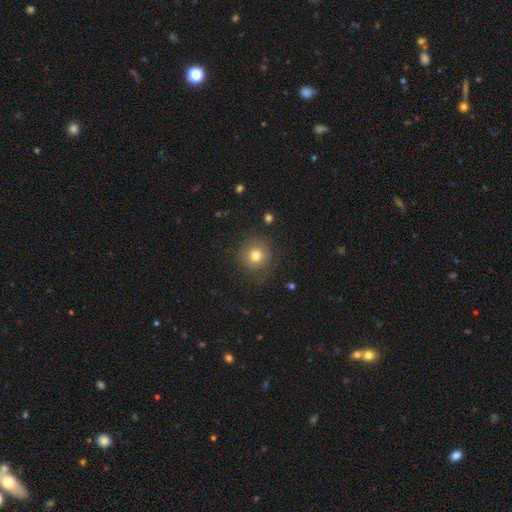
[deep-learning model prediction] A smooth galaxy with no disk features (76%) that is round (91%).

Vote fractions:
- Smooth or featured? smooth: 76% / star or artifact: 13% / featured or disk: 11%
- How rounded? round: 91% / in between: 8% / cigar-shaped: 1%
- Merging? none: 81% / minor disturbance: 13% / major disturbance: 5% / merger: 1%